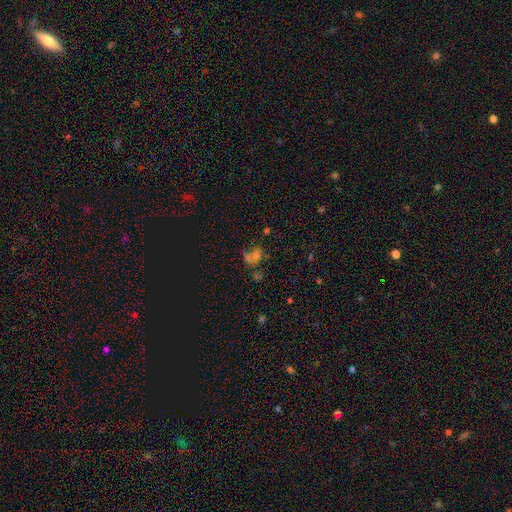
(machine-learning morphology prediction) Smooth or featured? smooth (43%)
Merging? merger (42%)